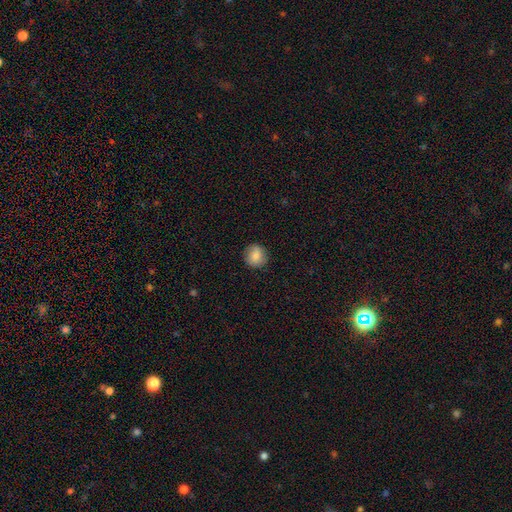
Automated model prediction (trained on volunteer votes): Smooth or featured?
  - smooth: 84% *
  - featured or disk: 8%
  - star or artifact: 8%
How rounded?
  - round: 89% *
  - in between: 10%
  - cigar-shaped: 1%
Merging?
  - none: 87% *
  - minor disturbance: 10%
  - major disturbance: 2%
  - merger: 1%